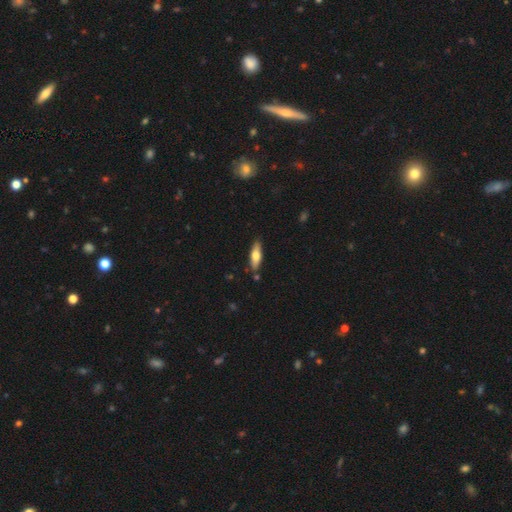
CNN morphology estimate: smooth 62%, featured or disk 32%, star or artifact 6%. Down the decision tree: how rounded — cigar-shaped (51%); merging — none (84%).